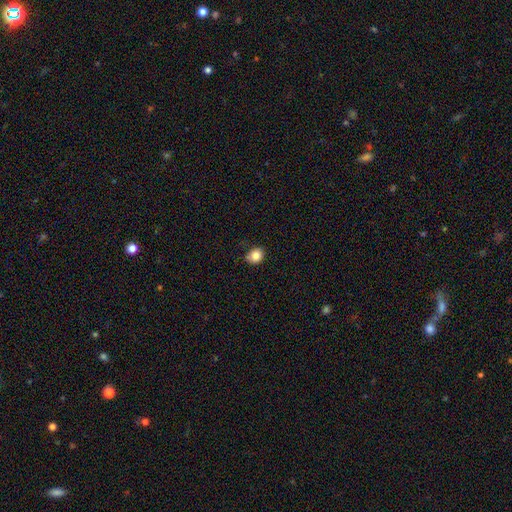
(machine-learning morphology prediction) smooth-or-featured: smooth: 84% | star or artifact: 10% | featured or disk: 6%
  how-rounded: round: 58% | in between: 41% | cigar-shaped: 1%
  merging: none: 76% | minor disturbance: 19% | major disturbance: 3% | merger: 1%